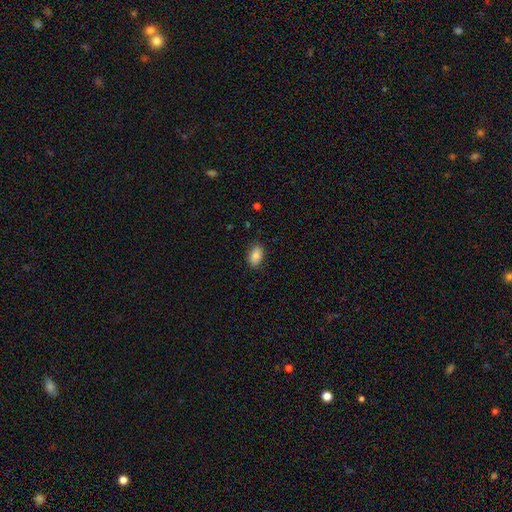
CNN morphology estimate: smooth_or_featured: smooth (p=0.85) [alt: star or artifact p=0.08]
how_rounded: in between (p=0.89) [alt: round p=0.10]
merging: none (p=0.84) [alt: minor disturbance p=0.13]